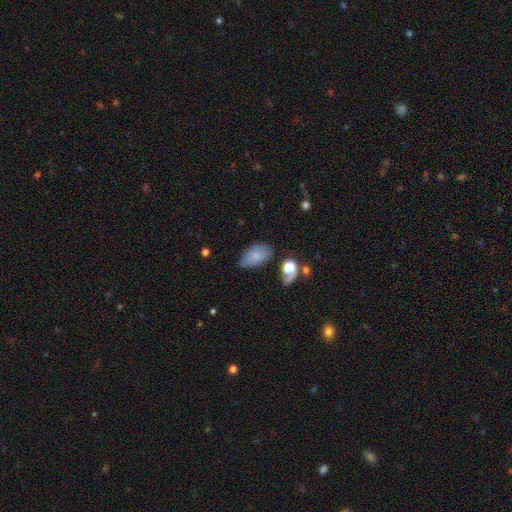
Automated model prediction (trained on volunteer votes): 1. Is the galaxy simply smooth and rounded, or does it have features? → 76% smooth, 15% featured or disk, 9% star or artifact.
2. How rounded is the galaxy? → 92% in between, 6% round, 2% cigar-shaped.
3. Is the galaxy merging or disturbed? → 59% none, 28% minor disturbance, 8% major disturbance, 5% merger.